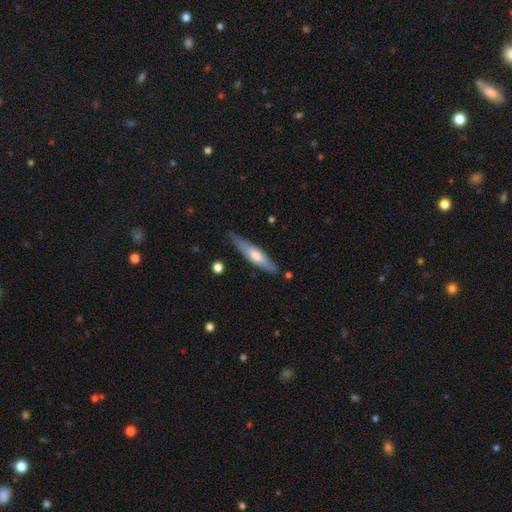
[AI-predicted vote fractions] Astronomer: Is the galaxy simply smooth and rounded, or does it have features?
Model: featured or disk — 48% (runner-up: smooth, 47%).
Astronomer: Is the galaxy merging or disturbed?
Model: none — 77%.